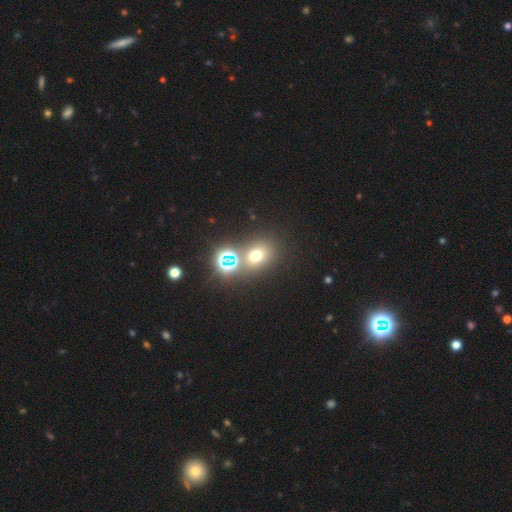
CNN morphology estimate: A smooth galaxy with no disk features (55%) that is round (59%).

Vote fractions:
- Smooth or featured? smooth: 55% / star or artifact: 34% / featured or disk: 10%
- How rounded? round: 59% / in between: 39% / cigar-shaped: 1%
- Merging? none: 68% / merger: 18% / minor disturbance: 9% / major disturbance: 4%